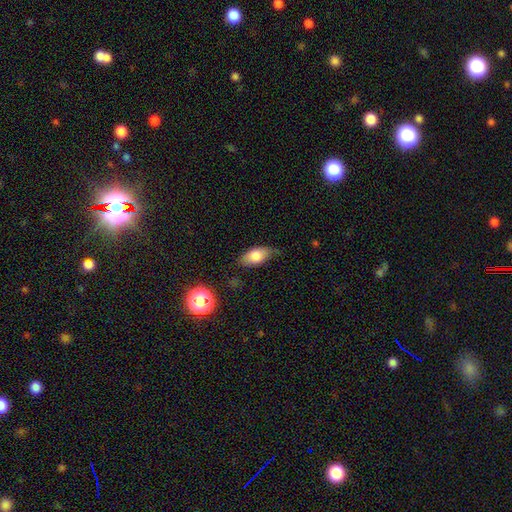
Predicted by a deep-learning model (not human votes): A smooth galaxy with no disk features (77%) that is in between round and cigar-shaped (88%). Merging: none (65%).